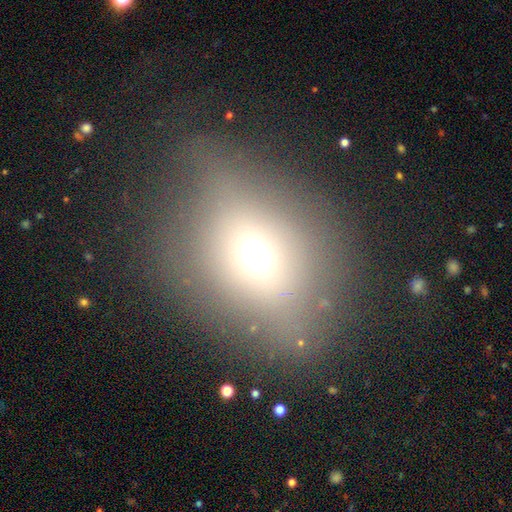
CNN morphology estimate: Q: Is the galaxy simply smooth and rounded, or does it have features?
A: smooth — 60%.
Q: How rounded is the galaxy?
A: round — 60%.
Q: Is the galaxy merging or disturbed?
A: none — 65%.